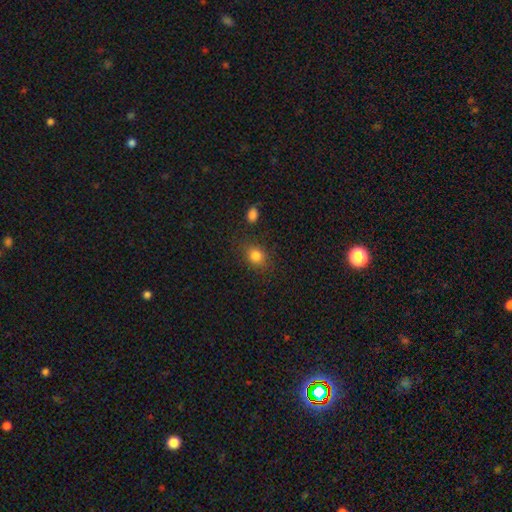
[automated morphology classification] Smooth or featured?
  - smooth: 82% *
  - star or artifact: 11%
  - featured or disk: 6%
How rounded?
  - round: 59% *
  - in between: 40%
  - cigar-shaped: 1%
Merging?
  - none: 79% *
  - minor disturbance: 13%
  - major disturbance: 4%
  - merger: 4%